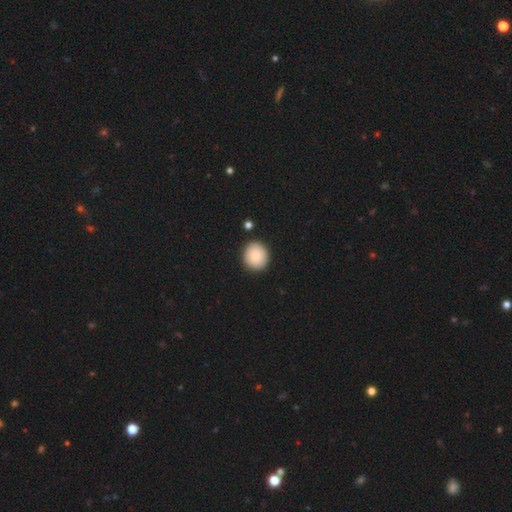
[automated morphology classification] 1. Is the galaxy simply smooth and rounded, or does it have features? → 83% smooth, 9% featured or disk, 8% star or artifact.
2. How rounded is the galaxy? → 86% round, 14% in between, 1% cigar-shaped.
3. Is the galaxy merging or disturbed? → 90% none, 7% minor disturbance, 2% merger, 2% major disturbance.